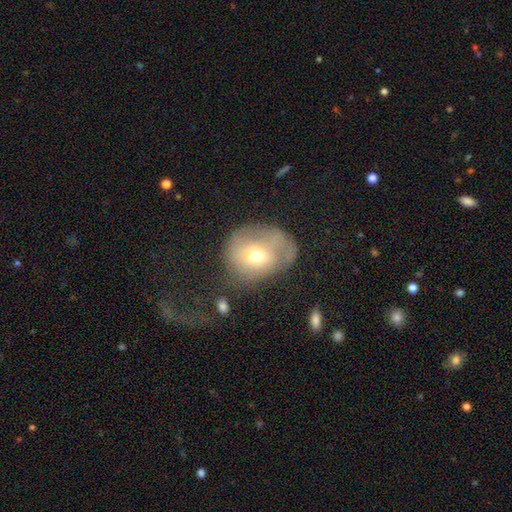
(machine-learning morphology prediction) smooth 58%, featured or disk 31%, star or artifact 11%. Down the decision tree: how rounded — round (65%); merging — none (36%).